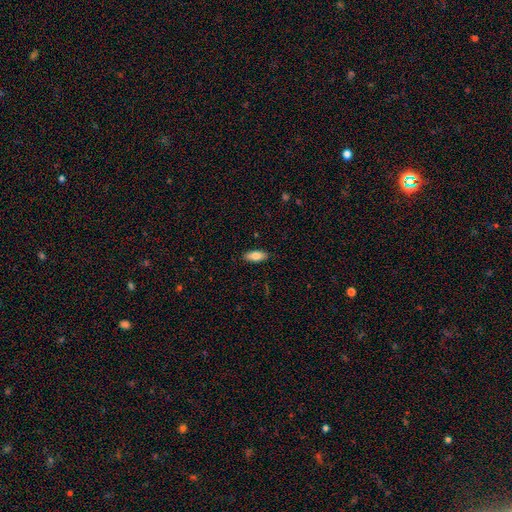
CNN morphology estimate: smooth 82%, featured or disk 11%, star or artifact 6%. Down the decision tree: how rounded — in between (83%); merging — none (88%).